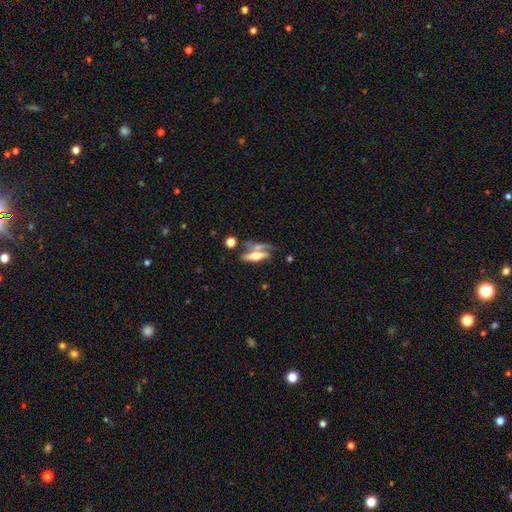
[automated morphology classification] Smooth or featured? featured or disk (50%)
Edge-on disk? yes (76%)
Merging? none (42%)